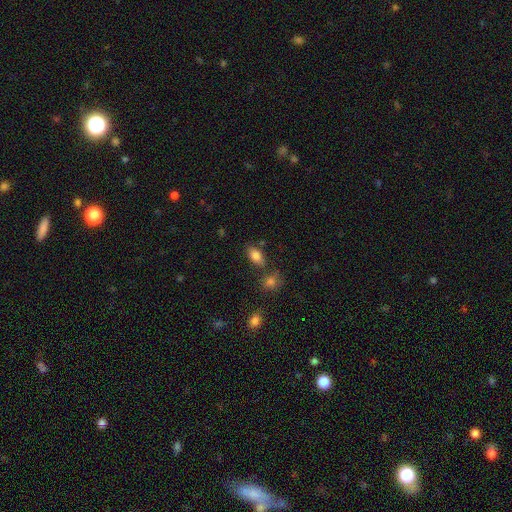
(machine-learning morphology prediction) Q: Smooth or featured?
A: smooth (83%); runner-up: star or artifact (9%)
Q: How rounded?
A: in between (90%); runner-up: round (7%)
Q: Merging?
A: none (74%); runner-up: minor disturbance (13%)